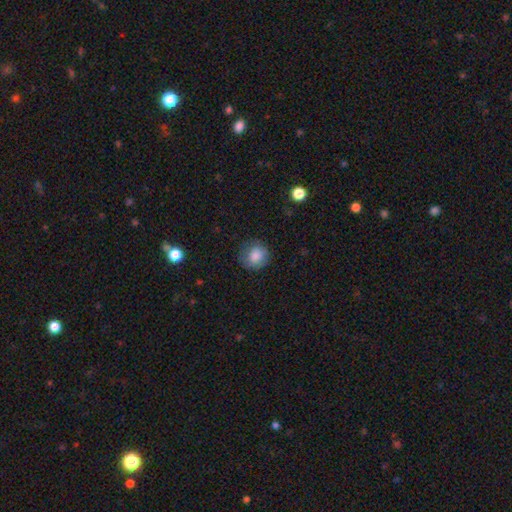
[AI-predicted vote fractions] Smooth or featured?
  - smooth: 84% *
  - star or artifact: 8%
  - featured or disk: 8%
How rounded?
  - round: 87% *
  - in between: 12%
  - cigar-shaped: 1%
Merging?
  - none: 78% *
  - minor disturbance: 16%
  - major disturbance: 5%
  - merger: 1%